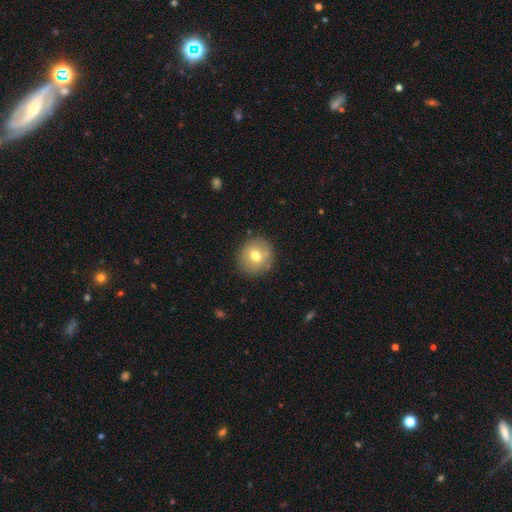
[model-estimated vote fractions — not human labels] smooth_or_featured: smooth (p=0.70) [alt: featured or disk p=0.21]
how_rounded: round (p=0.93) [alt: in between p=0.06]
merging: none (p=0.86) [alt: minor disturbance p=0.09]